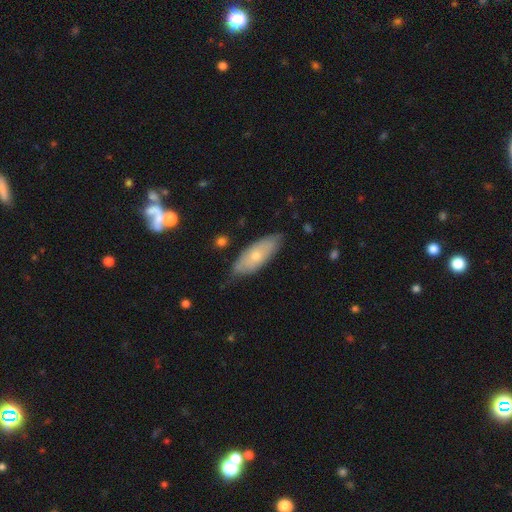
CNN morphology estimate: This is possibly a smooth galaxy (54%). How rounded: likely in between (73%). Merging: likely none (69%).